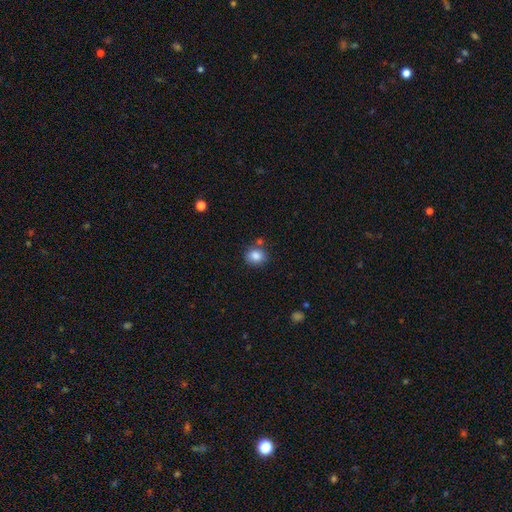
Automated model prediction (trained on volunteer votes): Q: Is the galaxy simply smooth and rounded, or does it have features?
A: smooth — 85%.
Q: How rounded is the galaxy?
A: round — 63%.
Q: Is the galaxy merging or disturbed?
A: none — 76%.